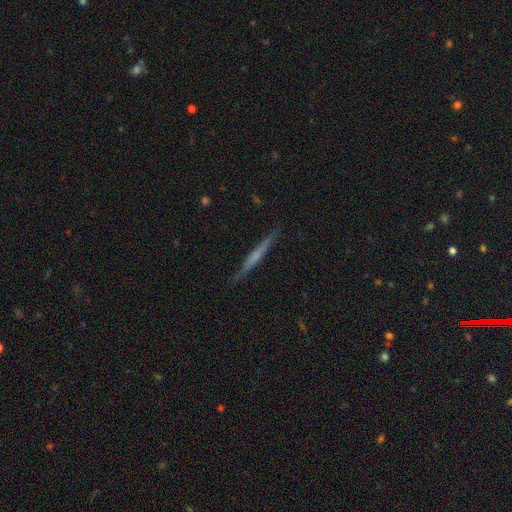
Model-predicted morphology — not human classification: Smooth or featured?
  - featured or disk: 57% *
  - smooth: 36%
  - star or artifact: 7%
Edge-on disk?
  - yes: 97% *
  - no: 3%
Edge-on bulge?
  - none: 61% *
  - rounded: 26%
  - boxy: 13%
Merging?
  - none: 88% *
  - minor disturbance: 9%
  - major disturbance: 2%
  - merger: 1%